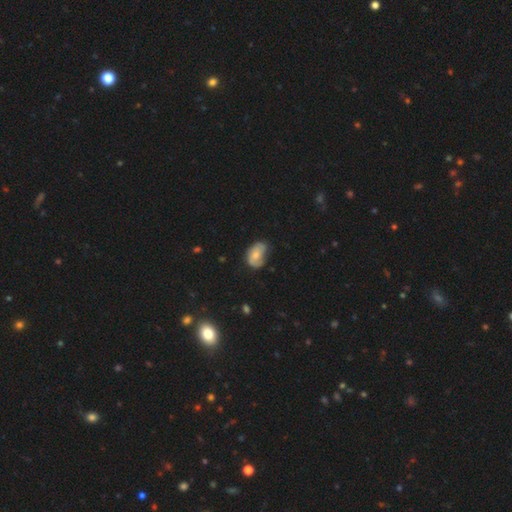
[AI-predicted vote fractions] Morphology: type=smooth (48%); merging=none (43%).